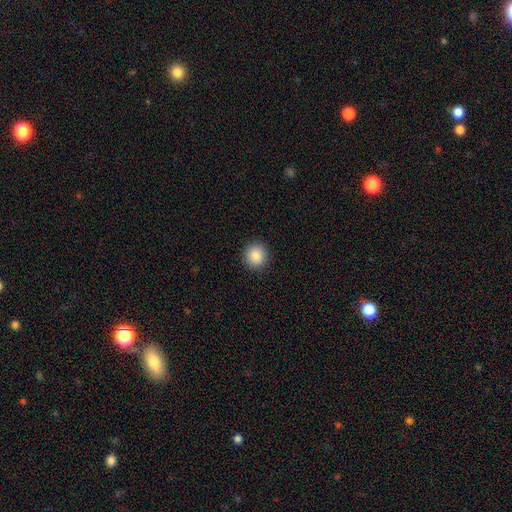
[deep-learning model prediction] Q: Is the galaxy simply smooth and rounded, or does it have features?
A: smooth — 87%.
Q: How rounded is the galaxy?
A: round — 91%.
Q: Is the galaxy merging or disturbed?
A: none — 92%.